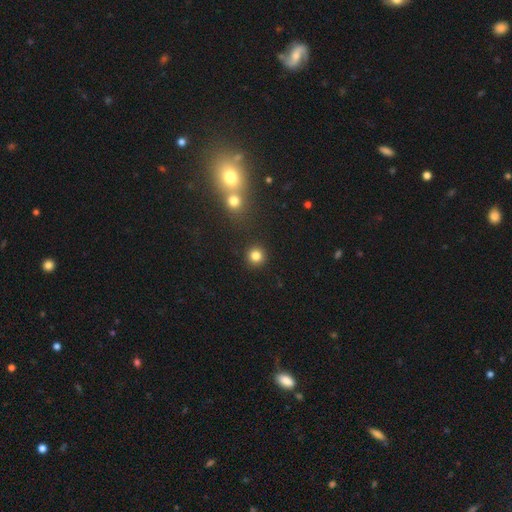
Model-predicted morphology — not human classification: The model was most divided on "smooth or featured": smooth: 82%, star or artifact: 13%, featured or disk: 5%. More confident: how rounded — round (94%); merging — none (90%).